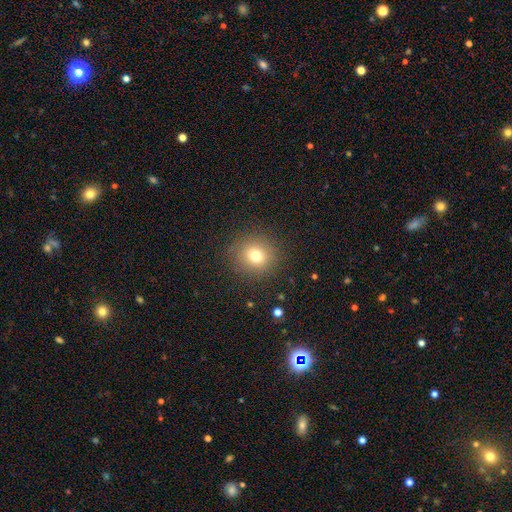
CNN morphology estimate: Overall: smooth (74%). How rounded: round (89%). Merging: none (89%).